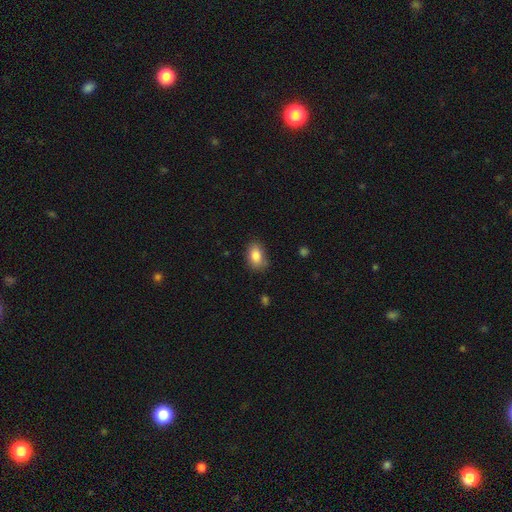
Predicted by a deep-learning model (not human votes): Smooth or featured: smooth — 85% (star or artifact — 8%)
How rounded: in between — 86% (round — 12%)
Merging: none — 81% (minor disturbance — 15%)